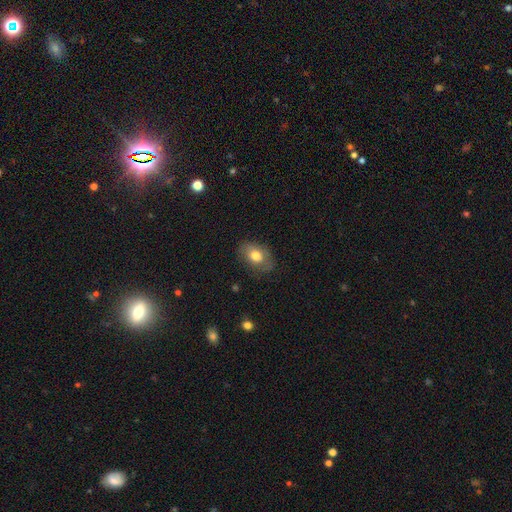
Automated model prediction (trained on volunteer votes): Overall: smooth (72%). How rounded: in between (80%). Merging: none (72%).